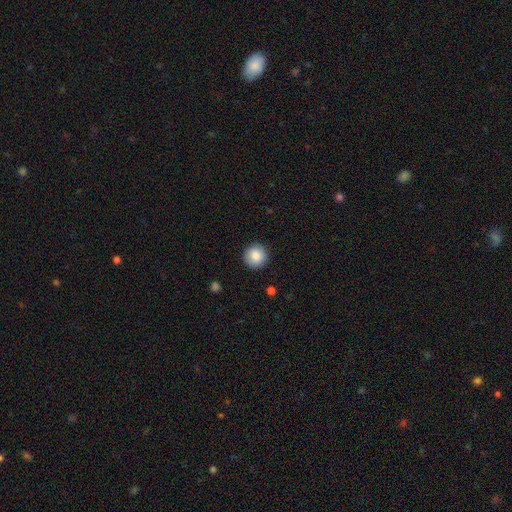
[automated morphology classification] Smooth or featured? Predicted: smooth (p=0.85). How rounded? Predicted: round (p=0.94). Merging? Predicted: none (p=0.90).